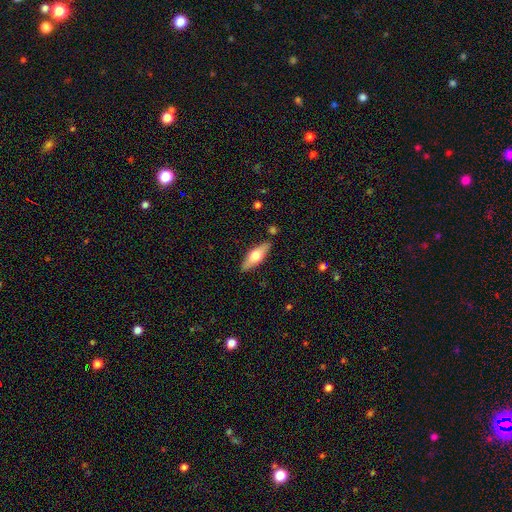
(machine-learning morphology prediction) Smooth or featured?
  - smooth: 54% *
  - featured or disk: 40%
  - star or artifact: 6%
How rounded?
  - in between: 56% *
  - cigar-shaped: 41%
  - round: 3%
Merging?
  - none: 86% *
  - minor disturbance: 10%
  - merger: 2%
  - major disturbance: 2%